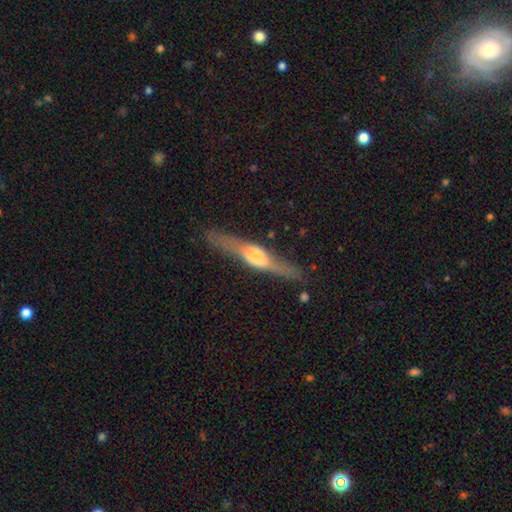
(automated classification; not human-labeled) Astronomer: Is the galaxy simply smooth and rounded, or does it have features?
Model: featured or disk — 71%.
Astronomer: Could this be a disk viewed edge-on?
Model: yes — 93%.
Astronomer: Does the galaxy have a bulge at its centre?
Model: rounded — 82%.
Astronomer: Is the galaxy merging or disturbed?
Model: none — 83%.